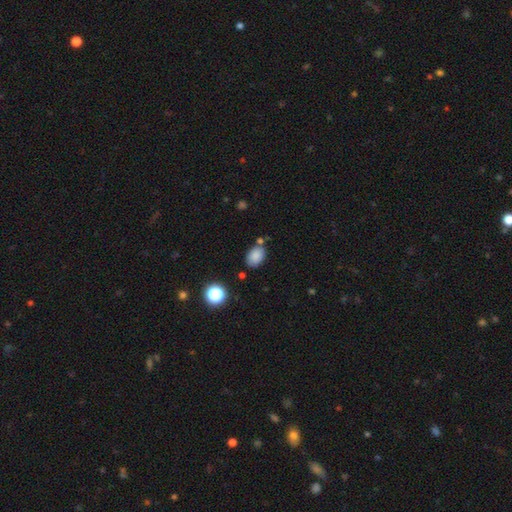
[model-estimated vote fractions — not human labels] This appears to be a smooth galaxy with no disk features (84%) that is in between round and cigar-shaped (78%). Merging: none (74%).